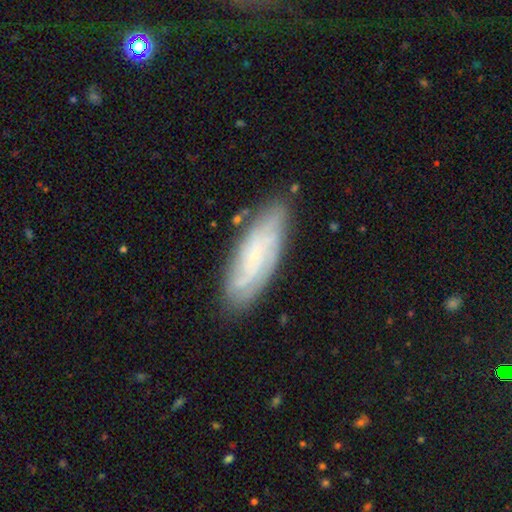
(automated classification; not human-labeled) A featured or disk galaxy (67%) with no bar (65%), tight (55%) spiral arms (89%) and a small central bulge (76%). Merging: none (79%).